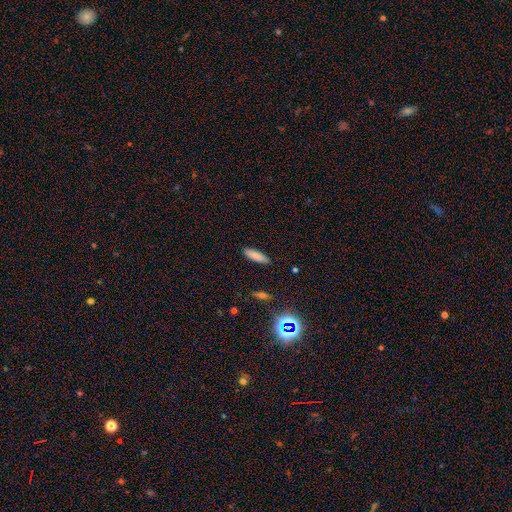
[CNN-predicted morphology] The model was most divided on "how rounded": cigar-shaped: 53%, in between: 46%, round: 2%. More confident: merging — none (88%); smooth or featured — smooth (84%).